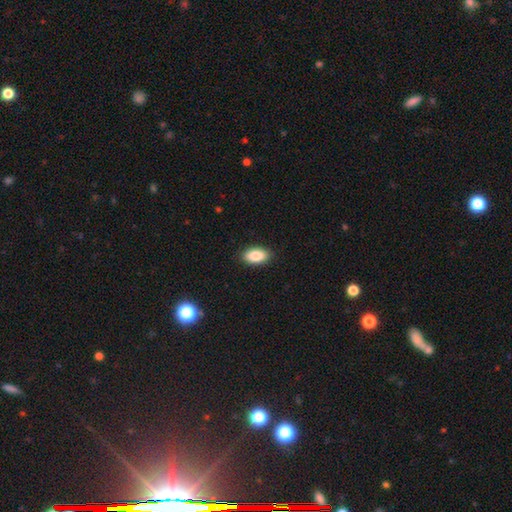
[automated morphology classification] Smooth or featured?
  - smooth: 87% *
  - star or artifact: 7%
  - featured or disk: 6%
How rounded?
  - in between: 93% *
  - round: 4%
  - cigar-shaped: 3%
Merging?
  - none: 90% *
  - minor disturbance: 7%
  - major disturbance: 2%
  - merger: 1%